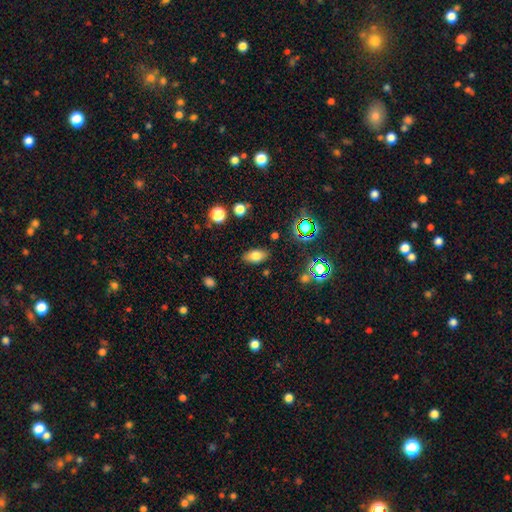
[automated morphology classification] A smooth galaxy with no disk features (76%) that is in between round and cigar-shaped (88%).

Vote fractions:
- Smooth or featured? smooth: 76% / featured or disk: 13% / star or artifact: 12%
- How rounded? in between: 88% / round: 7% / cigar-shaped: 5%
- Merging? none: 84% / minor disturbance: 11% / major disturbance: 3% / merger: 2%